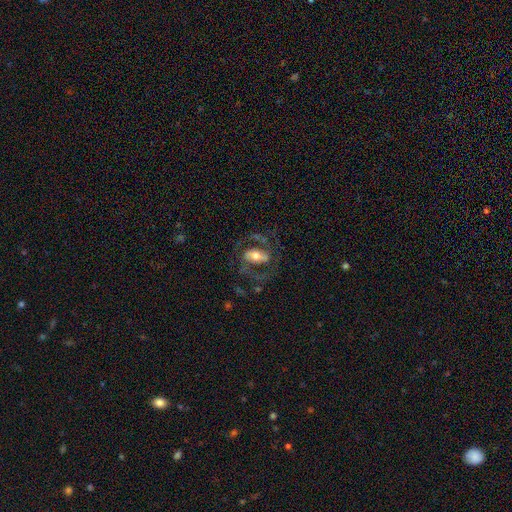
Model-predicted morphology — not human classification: Smooth or featured: featured or disk — 68% (smooth — 25%)
Edge-on disk: no — 94% (yes — 6%)
Bar: strong — 38% (weak — 33%)
Spiral arms: yes — 73% (no — 27%)
Bulge size: moderate — 63% (small — 19%)
Merging: none — 57% (major disturbance — 24%)